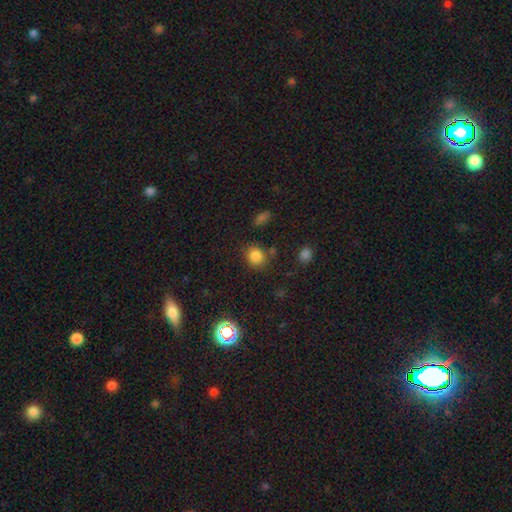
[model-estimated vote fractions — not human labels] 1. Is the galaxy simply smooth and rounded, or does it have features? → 82% smooth, 14% star or artifact, 5% featured or disk.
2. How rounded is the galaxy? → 73% round, 26% in between, 1% cigar-shaped.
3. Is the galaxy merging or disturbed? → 77% none, 13% minor disturbance, 6% merger, 4% major disturbance.